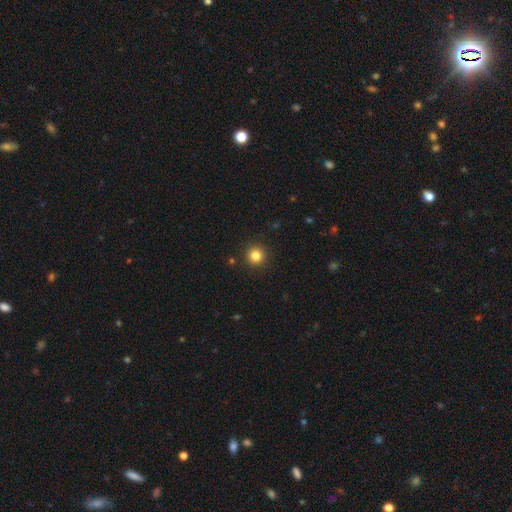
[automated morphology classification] Overall: smooth (83%). How rounded: round (95%). Merging: none (92%).